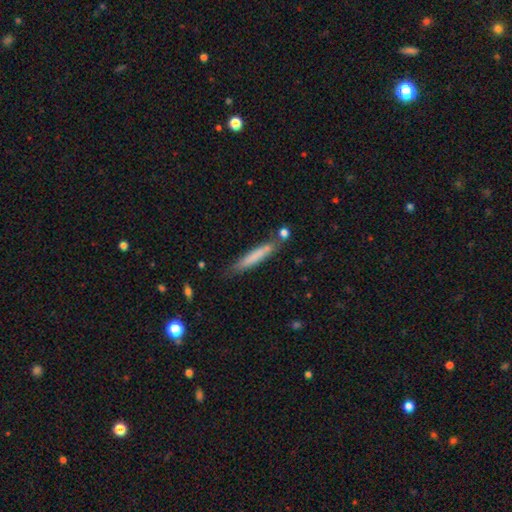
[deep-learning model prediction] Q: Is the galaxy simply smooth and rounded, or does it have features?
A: smooth — 70%.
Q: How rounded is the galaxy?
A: cigar-shaped — 93%.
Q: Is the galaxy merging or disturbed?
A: none — 73%.